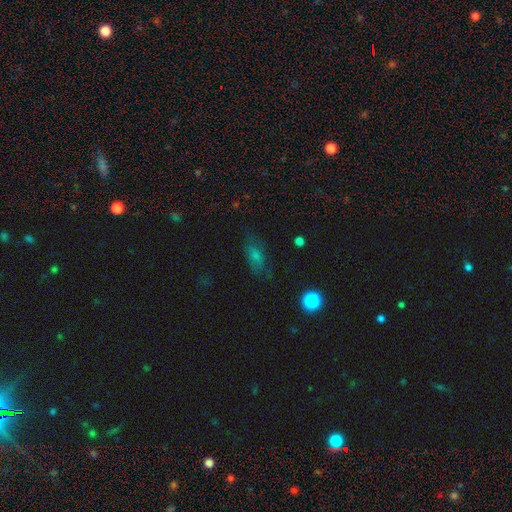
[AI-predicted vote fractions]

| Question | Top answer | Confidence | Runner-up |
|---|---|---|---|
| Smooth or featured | smooth | 66% | featured or disk (18%) |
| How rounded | in between | 79% | cigar-shaped (14%) |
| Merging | none | 65% | minor disturbance (22%) |